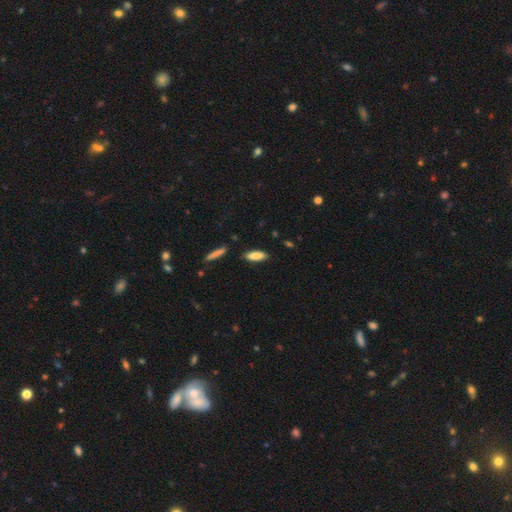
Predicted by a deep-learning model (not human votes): This is clearly a smooth galaxy (85%). How rounded: possibly in between (60%). Merging: clearly none (86%).